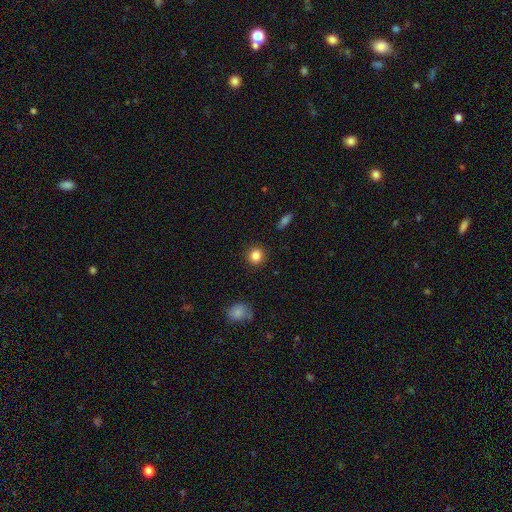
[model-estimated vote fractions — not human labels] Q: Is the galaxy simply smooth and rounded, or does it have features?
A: smooth — 85%.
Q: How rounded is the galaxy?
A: round — 87%.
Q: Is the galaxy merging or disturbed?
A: none — 90%.